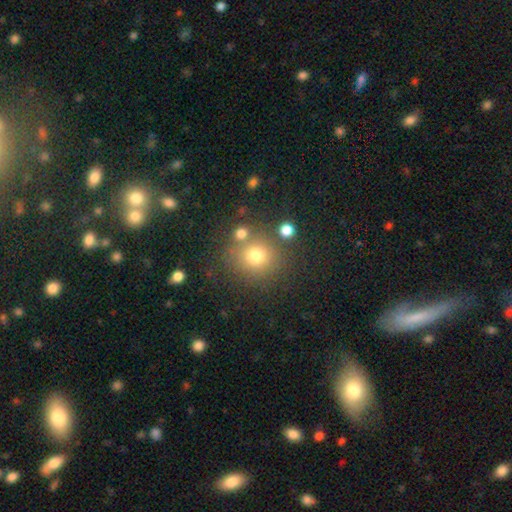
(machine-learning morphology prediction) This is likely a smooth galaxy (73%). How rounded: clearly round (89%). Merging: likely none (75%).